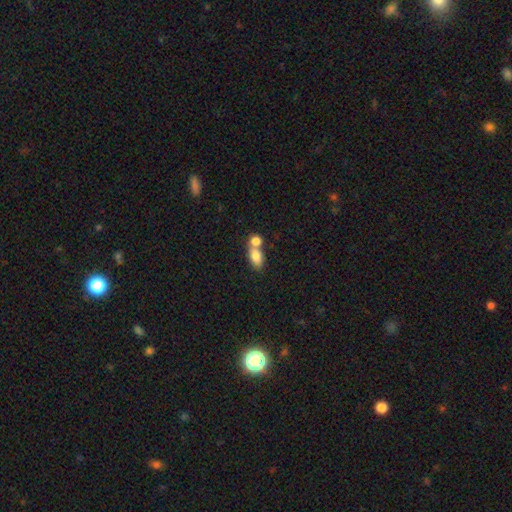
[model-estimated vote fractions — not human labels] Morphology: type=smooth (80%); roundness=in between (80%); merging=merger (59%).